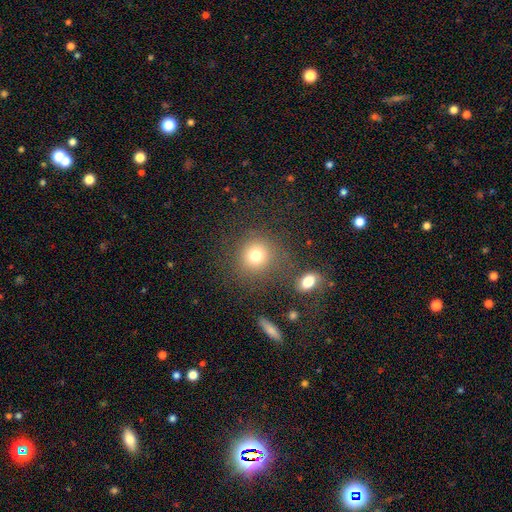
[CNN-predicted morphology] A smooth galaxy with no disk features (77%) that is round (89%).

Vote fractions:
- Smooth or featured? smooth: 77% / star or artifact: 14% / featured or disk: 9%
- How rounded? round: 89% / in between: 10% / cigar-shaped: 1%
- Merging? none: 78% / minor disturbance: 10% / merger: 7% / major disturbance: 5%